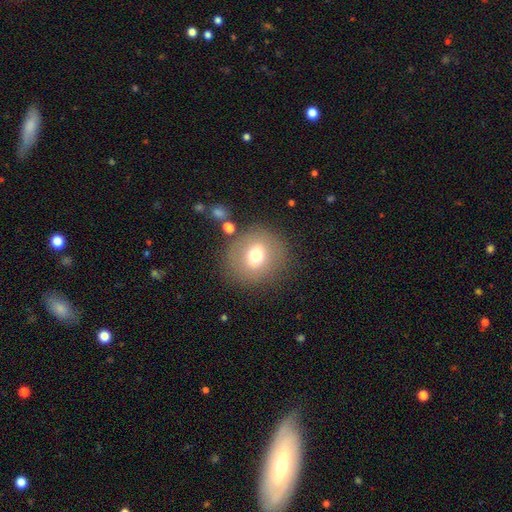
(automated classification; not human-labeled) Q: Smooth or featured?
A: smooth (67%); runner-up: featured or disk (21%)
Q: How rounded?
A: round (85%); runner-up: in between (14%)
Q: Merging?
A: none (81%); runner-up: minor disturbance (10%)